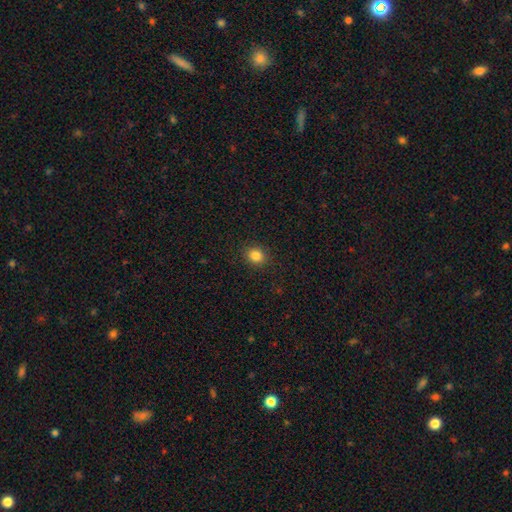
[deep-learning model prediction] smooth 84%, star or artifact 11%, featured or disk 4%. Down the decision tree: how rounded — round (76%); merging — none (91%).